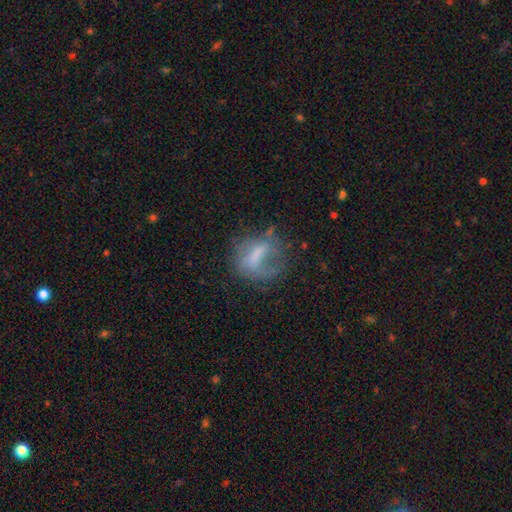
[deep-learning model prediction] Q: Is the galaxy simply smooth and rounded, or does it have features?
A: smooth — 45%.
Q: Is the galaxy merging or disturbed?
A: none — 39%.